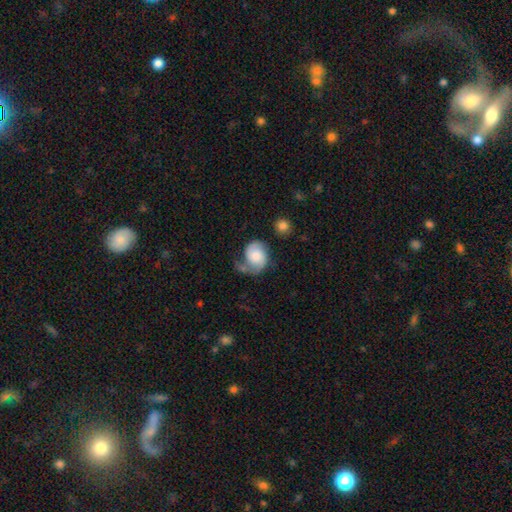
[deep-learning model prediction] featured or disk 56%, smooth 37%, star or artifact 8%. Down the decision tree: edge-on disk — no (98%); bar — no (71%); spiral arms — yes (90%); bulge size — large (29%); merging — none (36%).